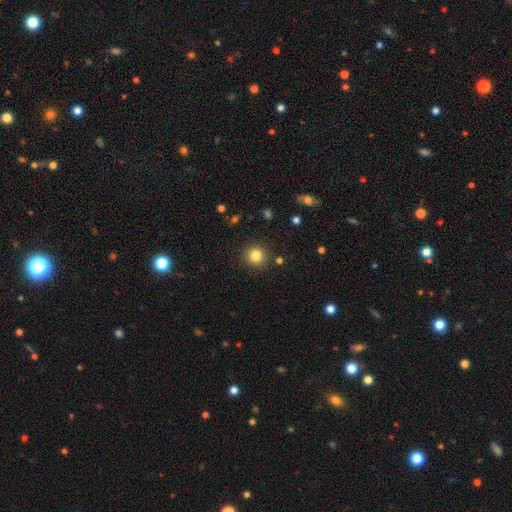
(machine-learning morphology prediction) Smooth or featured?
  - smooth: 82% *
  - star or artifact: 12%
  - featured or disk: 7%
How rounded?
  - round: 93% *
  - in between: 6%
  - cigar-shaped: 1%
Merging?
  - none: 90% *
  - minor disturbance: 6%
  - major disturbance: 2%
  - merger: 2%